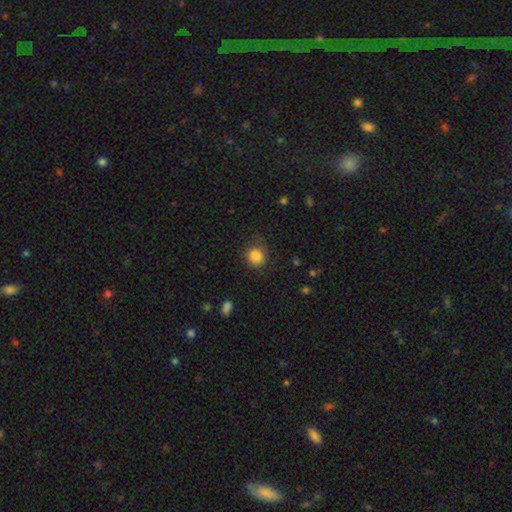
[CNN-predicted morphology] Smooth or featured?
  - smooth: 84% *
  - star or artifact: 10%
  - featured or disk: 5%
How rounded?
  - round: 78% *
  - in between: 21%
  - cigar-shaped: 1%
Merging?
  - none: 72% *
  - minor disturbance: 20%
  - major disturbance: 7%
  - merger: 2%